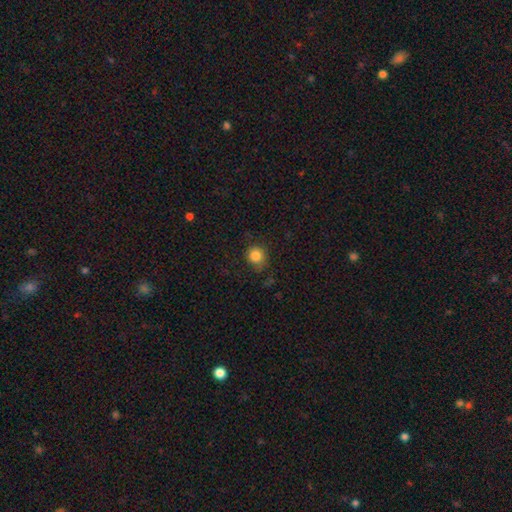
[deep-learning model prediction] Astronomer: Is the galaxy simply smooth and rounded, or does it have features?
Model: smooth — 84%.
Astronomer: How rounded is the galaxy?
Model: round — 87%.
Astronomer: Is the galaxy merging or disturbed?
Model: none — 79%.